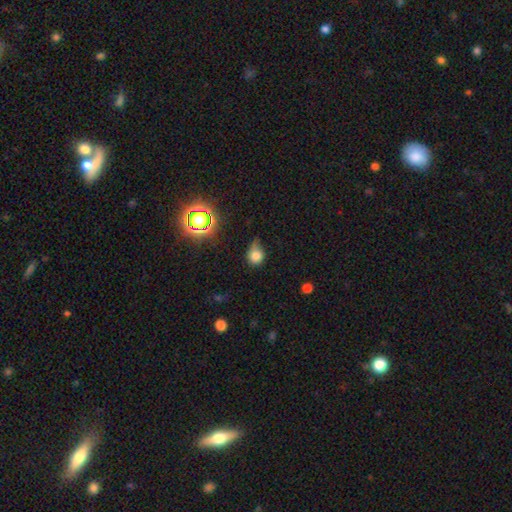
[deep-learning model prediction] This is likely a smooth galaxy (76%). How rounded: likely round (73%). Merging: marginally minor disturbance (40%).